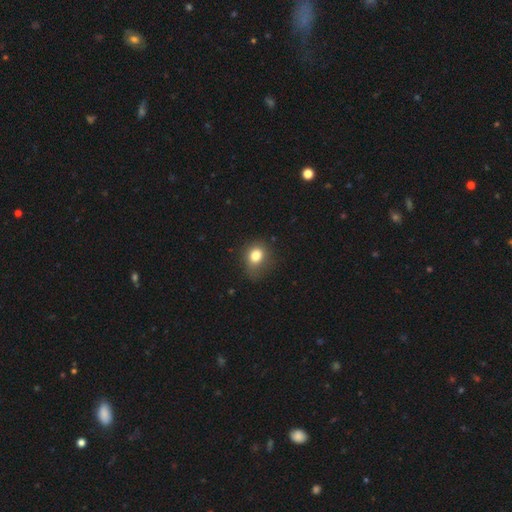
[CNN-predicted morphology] Smooth or featured? smooth (80%)
How rounded? round (52%)
Merging? none (56%)